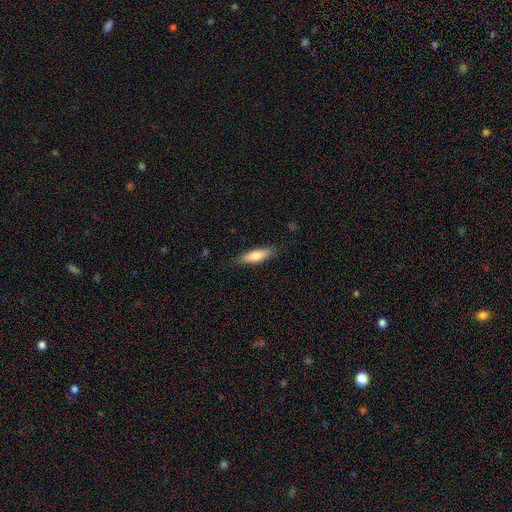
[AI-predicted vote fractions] Q: Smooth or featured?
A: smooth (77%); runner-up: featured or disk (17%)
Q: How rounded?
A: cigar-shaped (57%); runner-up: in between (41%)
Q: Merging?
A: none (84%); runner-up: minor disturbance (13%)